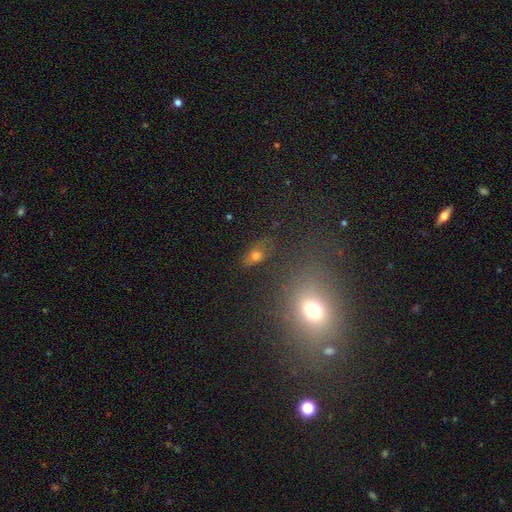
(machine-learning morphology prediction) Smooth or featured?
  - smooth: 65% *
  - star or artifact: 19%
  - featured or disk: 16%
How rounded?
  - in between: 76% *
  - round: 17%
  - cigar-shaped: 7%
Merging?
  - none: 73% *
  - minor disturbance: 15%
  - major disturbance: 6%
  - merger: 6%